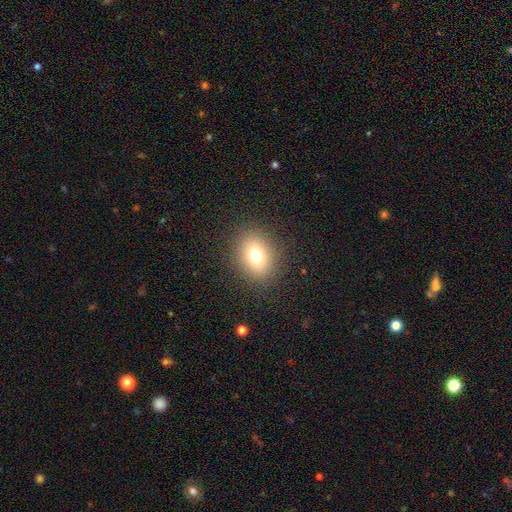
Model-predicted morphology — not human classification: smooth 75%, star or artifact 14%, featured or disk 12%. Down the decision tree: how rounded — round (54%); merging — none (87%).